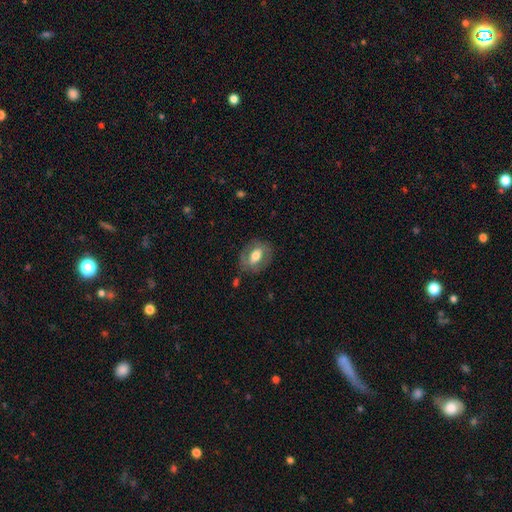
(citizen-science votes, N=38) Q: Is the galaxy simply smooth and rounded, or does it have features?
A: featured or disk — 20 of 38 (53%).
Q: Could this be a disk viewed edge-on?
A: no — 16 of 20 (80%).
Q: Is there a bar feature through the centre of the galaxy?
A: weak — 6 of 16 (38%).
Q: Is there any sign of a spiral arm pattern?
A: no — 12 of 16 (75%).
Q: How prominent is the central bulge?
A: moderate — 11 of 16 (69%).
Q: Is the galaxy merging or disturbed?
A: none — 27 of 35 (77%).